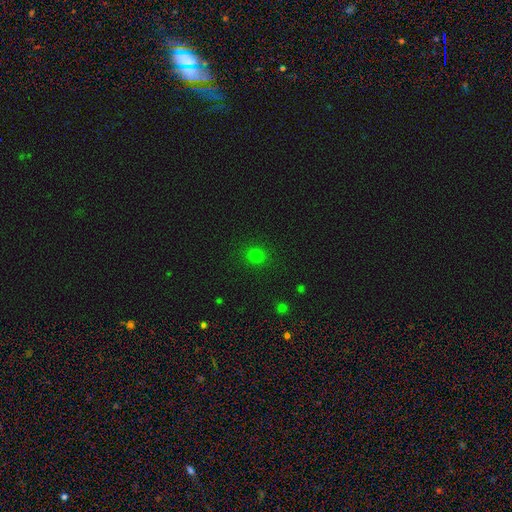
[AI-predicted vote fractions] Overall: smooth (76%). How rounded: round (87%). Merging: none (89%).